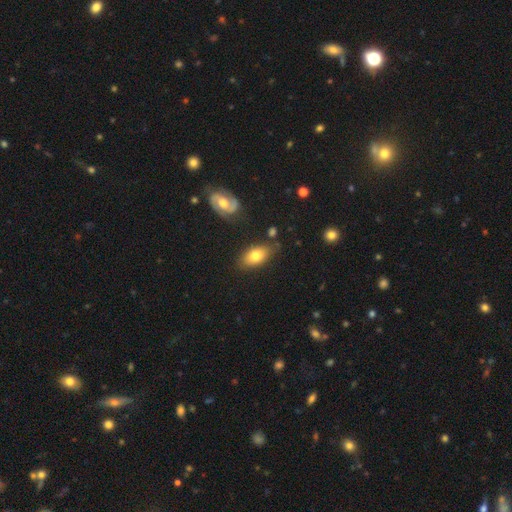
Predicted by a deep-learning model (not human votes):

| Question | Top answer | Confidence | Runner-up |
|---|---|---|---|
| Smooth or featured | smooth | 74% | featured or disk (18%) |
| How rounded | in between | 90% | round (6%) |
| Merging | none | 75% | minor disturbance (16%) |